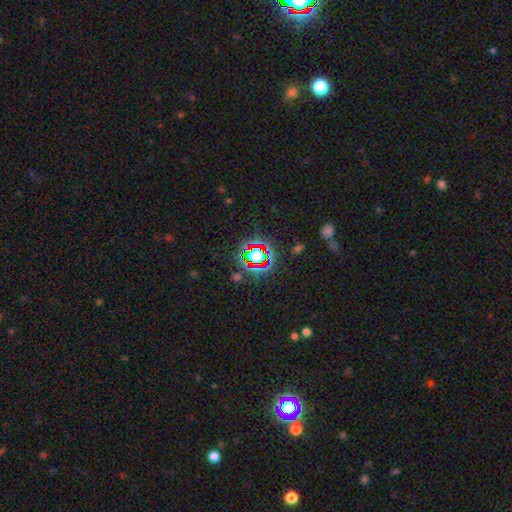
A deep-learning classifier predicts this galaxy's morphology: Smooth or featured?
  - star or artifact: 72% *
  - smooth: 17%
  - featured or disk: 11%